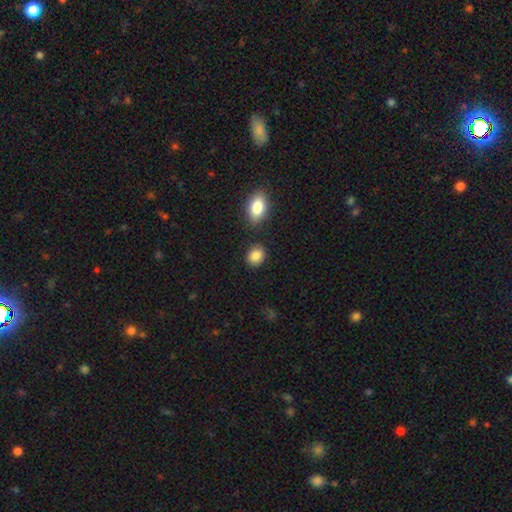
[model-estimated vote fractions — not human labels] This appears to be a smooth galaxy with no disk features (87%) that is round (55%). Merging: none (83%).